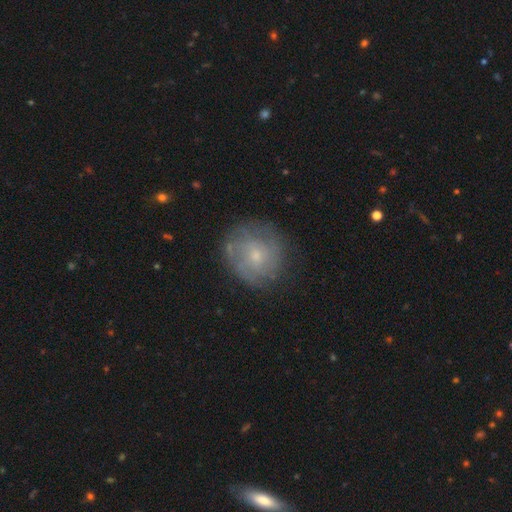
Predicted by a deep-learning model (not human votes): smooth_or_featured: featured or disk (p=0.55) [alt: smooth p=0.36]
disk_edge_on: no (p=0.97) [alt: yes p=0.03]
bar: no (p=0.75) [alt: weak p=0.22]
has_spiral_arms: yes (p=0.71) [alt: no p=0.29]
bulge_size: small (p=0.60) [alt: moderate p=0.34]
merging: none (p=0.74) [alt: minor disturbance p=0.17]